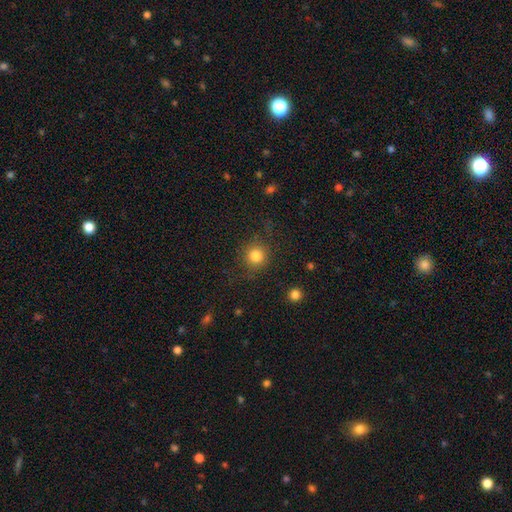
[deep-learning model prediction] A smooth galaxy with no disk features (82%) that is round (92%).

Vote fractions:
- Smooth or featured? smooth: 82% / star or artifact: 11% / featured or disk: 6%
- How rounded? round: 92% / in between: 7% / cigar-shaped: 1%
- Merging? none: 83% / minor disturbance: 10% / major disturbance: 6% / merger: 2%